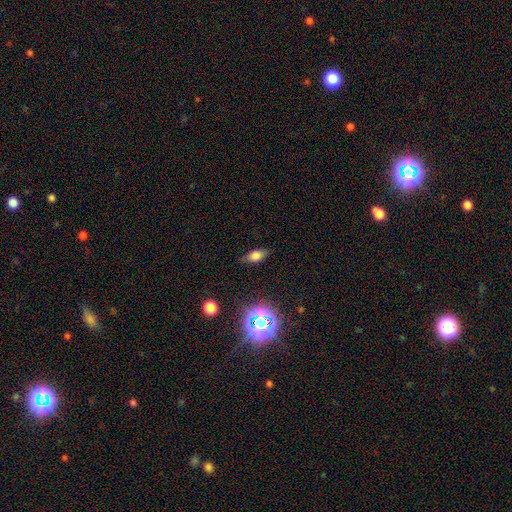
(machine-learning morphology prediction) smooth 67%, star or artifact 17%, featured or disk 16%. Down the decision tree: how rounded — in between (81%); merging — none (79%).